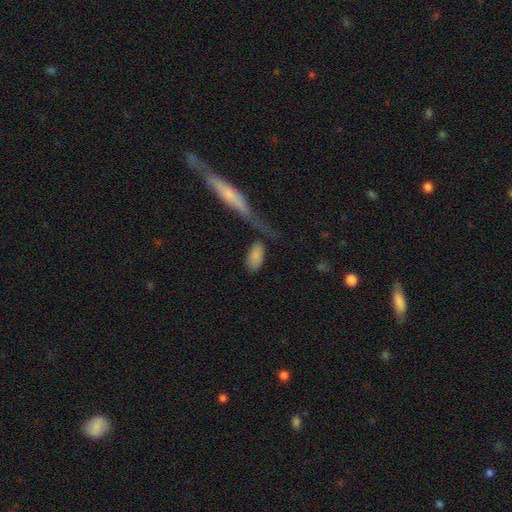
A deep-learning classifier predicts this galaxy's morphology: Smooth or featured? Predicted: smooth (p=0.84). How rounded? Predicted: in between (p=0.92). Merging? Predicted: none (p=0.59).